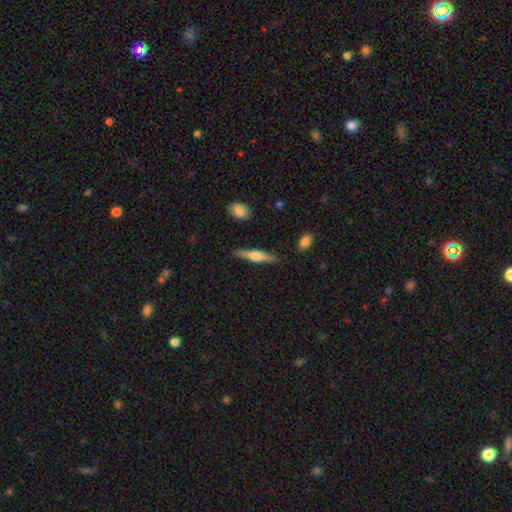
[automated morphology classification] The model was most divided on "smooth or featured": featured or disk: 59%, smooth: 35%, star or artifact: 6%. More confident: edge-on disk — yes (97%); merging — none (88%); edge-on bulge — rounded (82%).